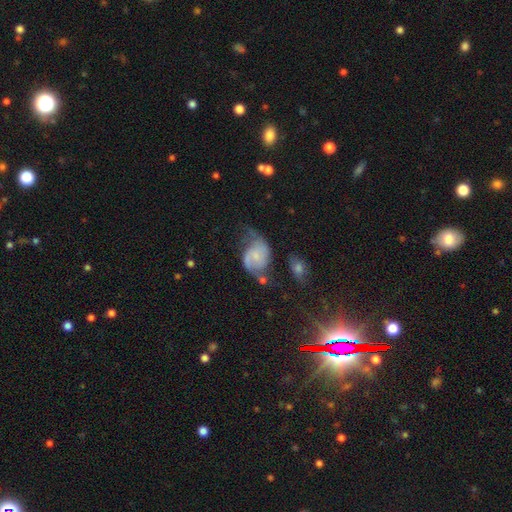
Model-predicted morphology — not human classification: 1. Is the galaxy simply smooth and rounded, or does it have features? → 68% featured or disk, 24% smooth, 8% star or artifact.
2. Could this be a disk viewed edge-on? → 98% no, 2% yes.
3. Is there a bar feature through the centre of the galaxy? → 64% no, 31% weak, 6% strong.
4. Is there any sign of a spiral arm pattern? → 90% yes, 10% no.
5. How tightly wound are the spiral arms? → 44% loose, 40% medium, 16% tight.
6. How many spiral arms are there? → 86% 2, 6% can't tell, 4% 1, 1% 3, 1% 4, 1% more than 4.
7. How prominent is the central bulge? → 49% small, 24% none, 20% moderate, 4% large, 2% dominant.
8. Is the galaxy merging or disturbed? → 38% none, 28% minor disturbance, 23% major disturbance, 12% merger.